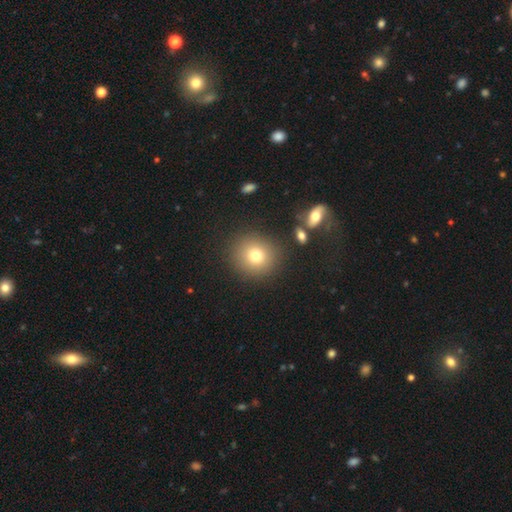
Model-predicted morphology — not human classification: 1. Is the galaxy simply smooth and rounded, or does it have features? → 77% smooth, 13% star or artifact, 10% featured or disk.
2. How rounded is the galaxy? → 88% round, 11% in between, 1% cigar-shaped.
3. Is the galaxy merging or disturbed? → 87% none, 7% minor disturbance, 3% merger, 3% major disturbance.